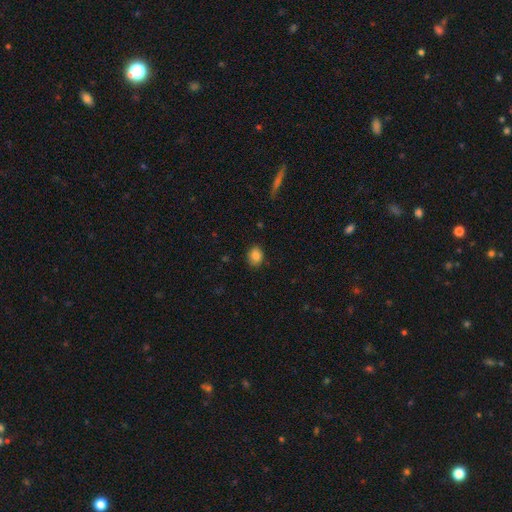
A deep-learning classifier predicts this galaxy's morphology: The model was most divided on "how rounded": round: 53%, in between: 46%, cigar-shaped: 1%. More confident: merging — none (85%); smooth or featured — smooth (85%).